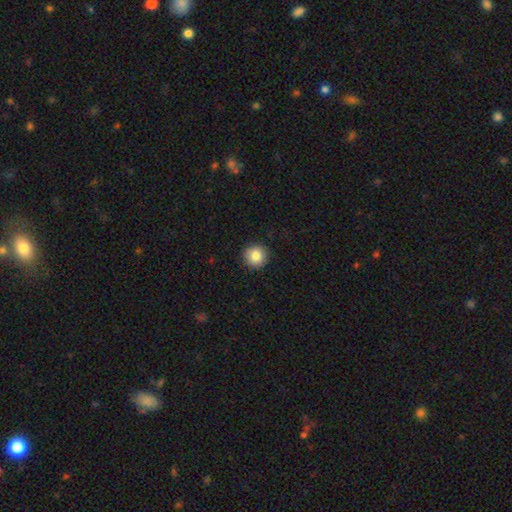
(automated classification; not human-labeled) Overall: smooth (85%). How rounded: round (94%). Merging: none (91%).